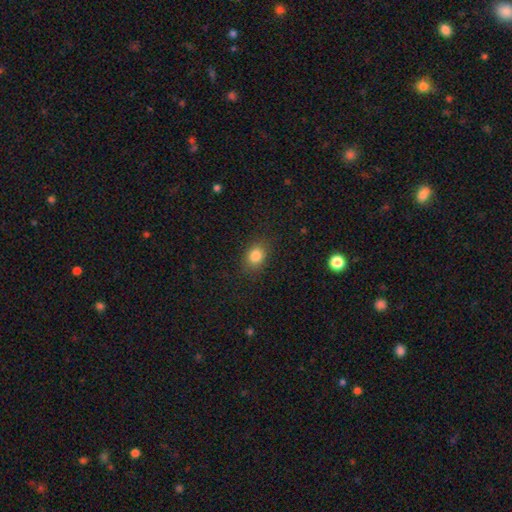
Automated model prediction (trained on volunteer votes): smooth 84%, star or artifact 10%, featured or disk 6%. Down the decision tree: how rounded — in between (58%); merging — none (84%).